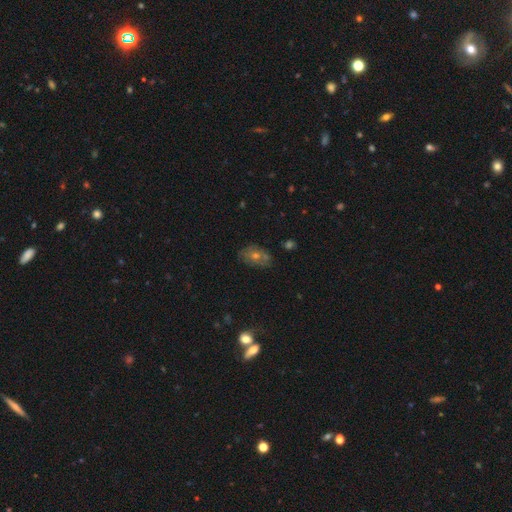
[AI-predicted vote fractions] Smooth or featured: smooth — 42% (featured or disk — 37%)
Merging: none — 71% (minor disturbance — 19%)